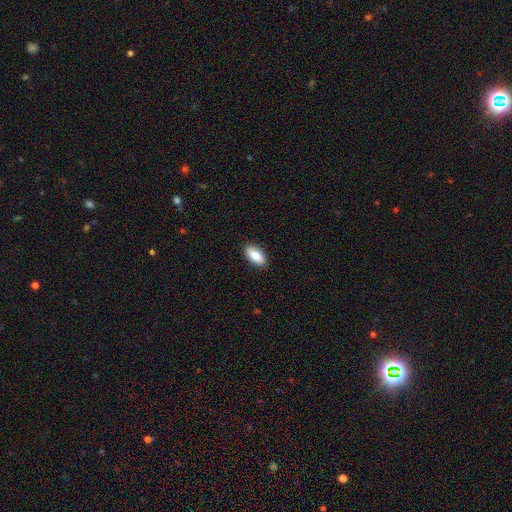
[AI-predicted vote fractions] Smooth or featured? smooth (81%)
How rounded? in between (87%)
Merging? none (89%)